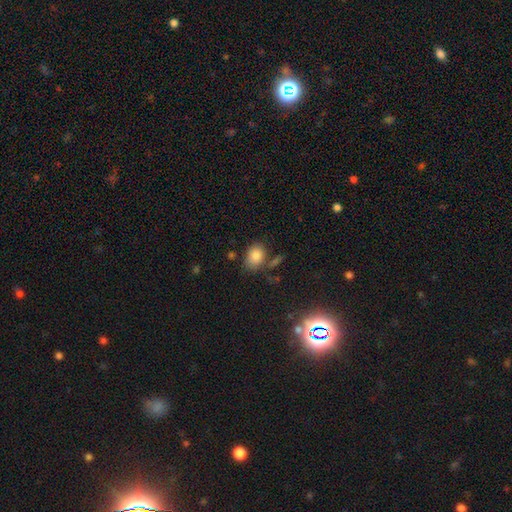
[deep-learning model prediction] Smooth or featured? Predicted: smooth (p=0.83). How rounded? Predicted: in between (p=0.73). Merging? Predicted: none (p=0.67).